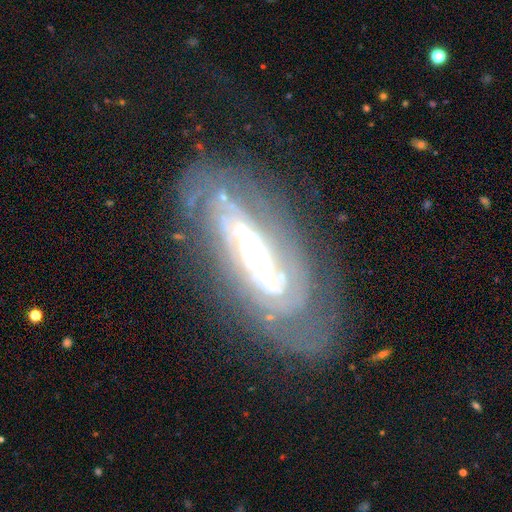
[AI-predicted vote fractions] Smooth or featured? Predicted: featured or disk (p=0.86). Edge-on disk? Predicted: no (p=0.86). Bar? Predicted: no (p=0.41). Spiral arms? Predicted: yes (p=0.87). Spiral winding? Predicted: tight (p=0.68). Spiral arm count? Predicted: can't tell (p=0.45). Bulge size? Predicted: moderate (p=0.56). Merging? Predicted: none (p=0.71).